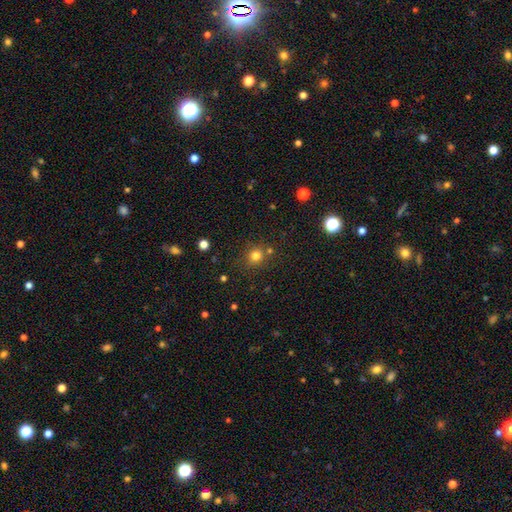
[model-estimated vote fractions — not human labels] Smooth or featured?
  - smooth: 78% *
  - star or artifact: 16%
  - featured or disk: 6%
How rounded?
  - round: 87% *
  - in between: 12%
  - cigar-shaped: 1%
Merging?
  - none: 76% *
  - merger: 10%
  - minor disturbance: 10%
  - major disturbance: 4%